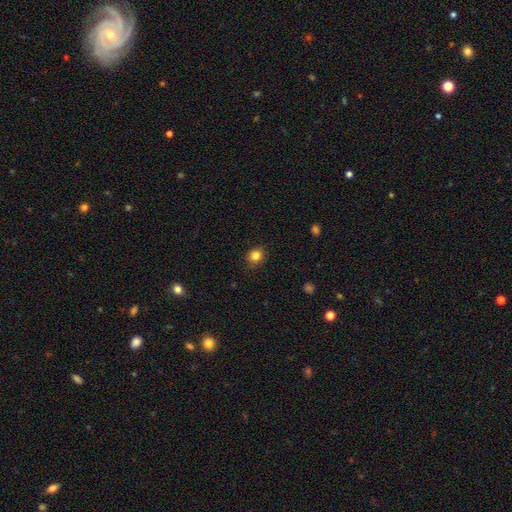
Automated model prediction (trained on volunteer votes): Overall: smooth (83%). How rounded: round (79%). Merging: none (87%).